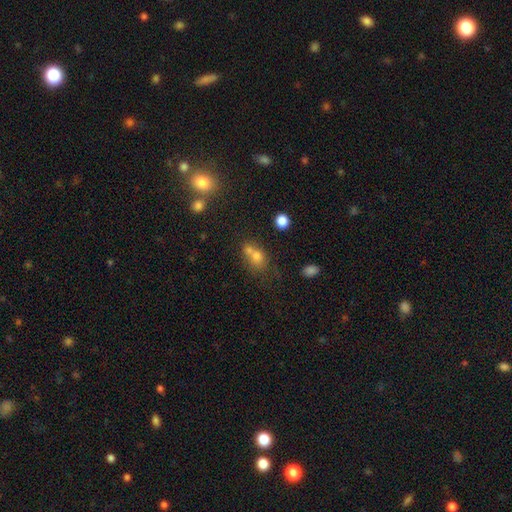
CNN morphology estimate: Q: Smooth or featured?
A: smooth (68%); runner-up: star or artifact (17%)
Q: How rounded?
A: round (57%); runner-up: in between (41%)
Q: Merging?
A: merger (49%); runner-up: none (36%)